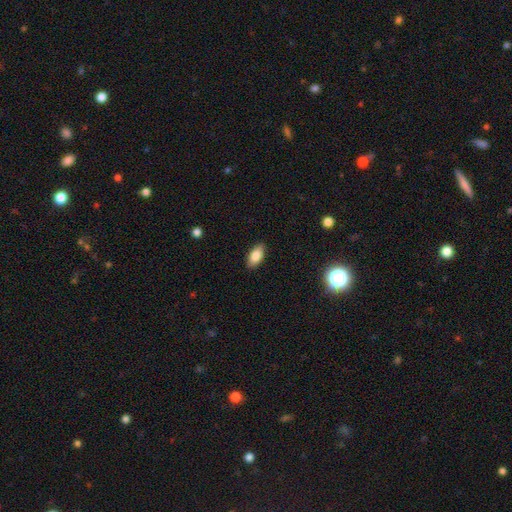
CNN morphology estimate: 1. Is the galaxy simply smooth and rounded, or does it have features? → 85% smooth, 8% featured or disk, 7% star or artifact.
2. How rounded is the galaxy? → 91% in between, 5% cigar-shaped, 3% round.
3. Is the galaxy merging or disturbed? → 88% none, 9% minor disturbance, 2% major disturbance, 1% merger.